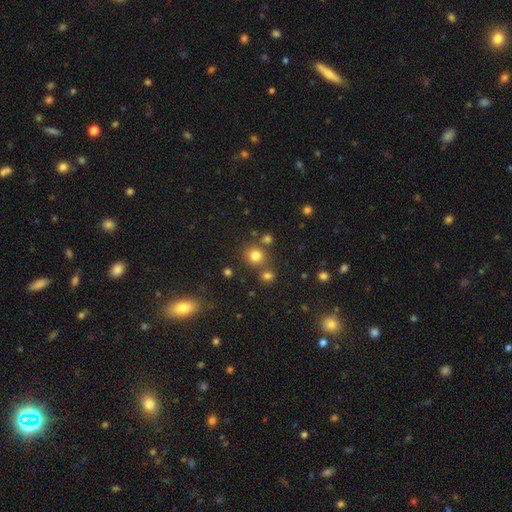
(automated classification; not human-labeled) smooth-or-featured: smooth: 76% | star or artifact: 17% | featured or disk: 7%
  how-rounded: round: 86% | in between: 13% | cigar-shaped: 1%
  merging: none: 71% | merger: 16% | minor disturbance: 9% | major disturbance: 4%